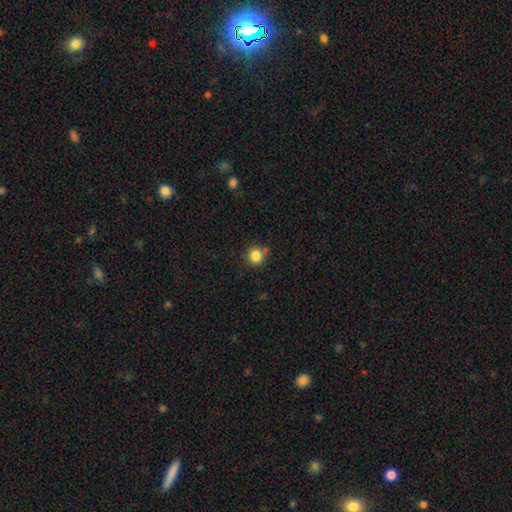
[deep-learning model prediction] Morphology: type=smooth (84%); roundness=round (93%); merging=none (81%).